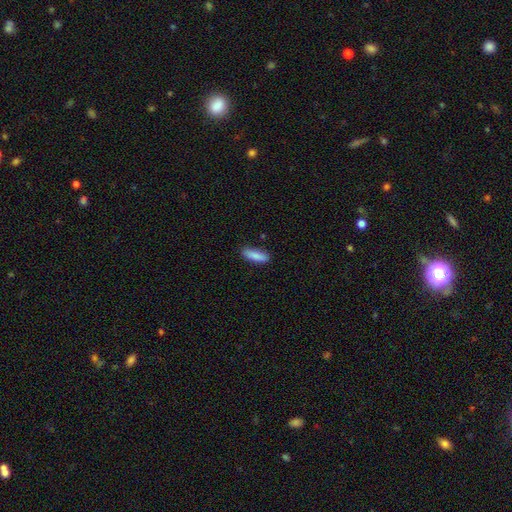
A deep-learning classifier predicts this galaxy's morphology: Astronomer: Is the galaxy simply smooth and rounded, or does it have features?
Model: smooth — 86%.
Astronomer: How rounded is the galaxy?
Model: cigar-shaped — 52% (runner-up: in between, 46%).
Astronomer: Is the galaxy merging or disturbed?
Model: none — 86%.